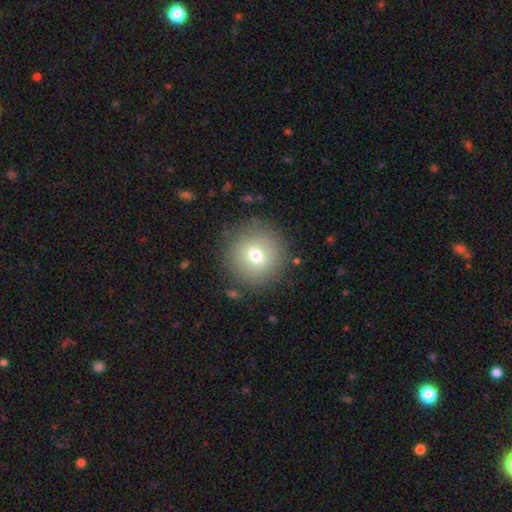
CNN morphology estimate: This appears to be a smooth galaxy with no disk features (69%) that is round (94%). Merging: none (85%).